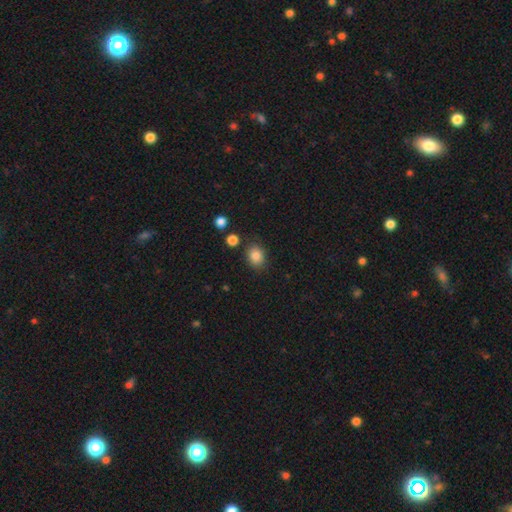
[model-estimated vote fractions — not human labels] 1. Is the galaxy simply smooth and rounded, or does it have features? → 85% smooth, 10% star or artifact, 5% featured or disk.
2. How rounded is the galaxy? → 55% round, 44% in between, 1% cigar-shaped.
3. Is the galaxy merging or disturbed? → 82% none, 11% minor disturbance, 4% merger, 3% major disturbance.